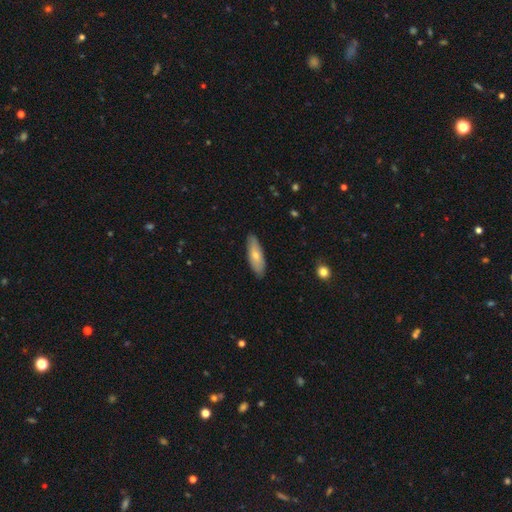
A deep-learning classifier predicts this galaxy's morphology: Overall: smooth (69%). How rounded: in between (58%; cigar-shaped 40%). Merging: none (86%).